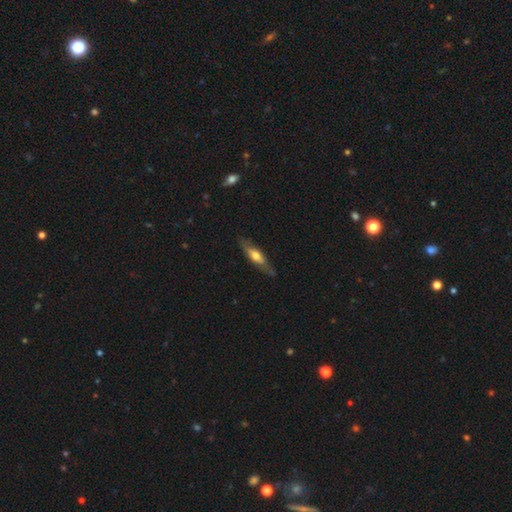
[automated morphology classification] Q: Smooth or featured?
A: featured or disk (52%); runner-up: smooth (42%)
Q: Edge-on disk?
A: yes (71%); runner-up: no (29%)
Q: Merging?
A: none (78%); runner-up: minor disturbance (17%)